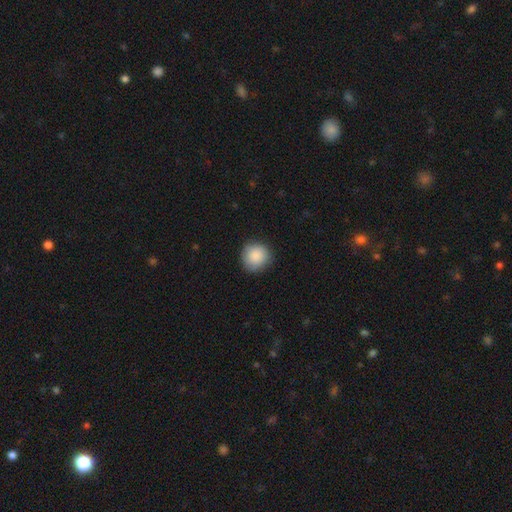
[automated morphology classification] Q: Smooth or featured?
A: smooth (89%); runner-up: star or artifact (7%)
Q: How rounded?
A: round (93%); runner-up: in between (6%)
Q: Merging?
A: none (87%); runner-up: minor disturbance (10%)